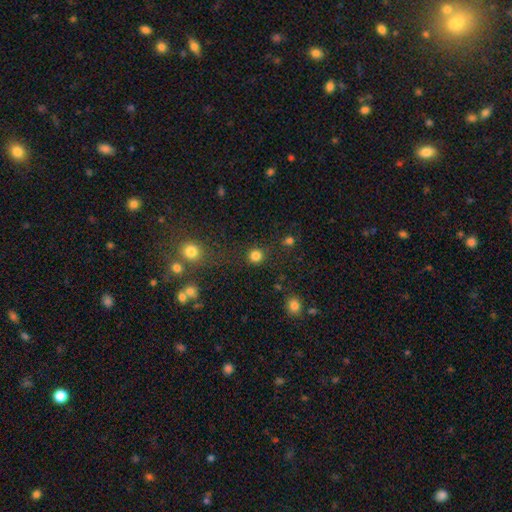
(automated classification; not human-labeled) This is clearly a smooth galaxy (82%). How rounded: clearly round (92%). Merging: clearly none (87%).